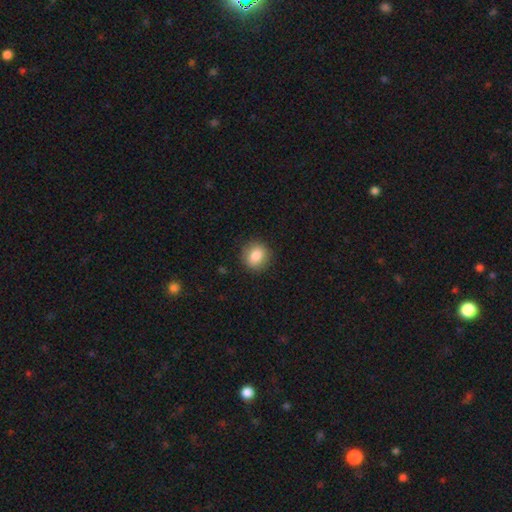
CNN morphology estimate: A smooth galaxy with no disk features (84%) that is round (80%).

Vote fractions:
- Smooth or featured? smooth: 84% / star or artifact: 9% / featured or disk: 7%
- How rounded? round: 80% / in between: 19% / cigar-shaped: 1%
- Merging? none: 88% / minor disturbance: 8% / major disturbance: 2% / merger: 1%